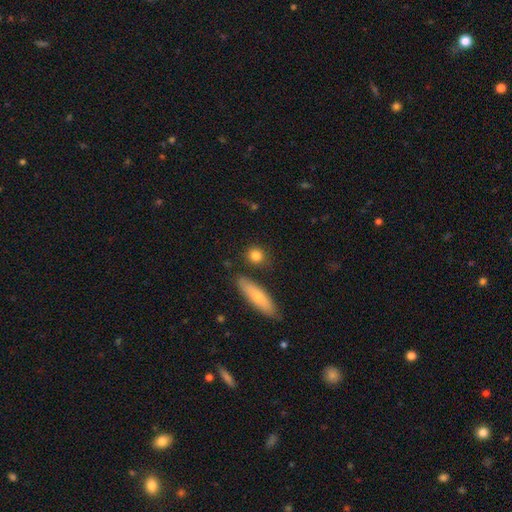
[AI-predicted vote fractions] smooth-or-featured: smooth: 82% | featured or disk: 9% | star or artifact: 9%
  how-rounded: round: 75% | in between: 17% | cigar-shaped: 8%
  merging: none: 82% | minor disturbance: 10% | merger: 5% | major disturbance: 3%